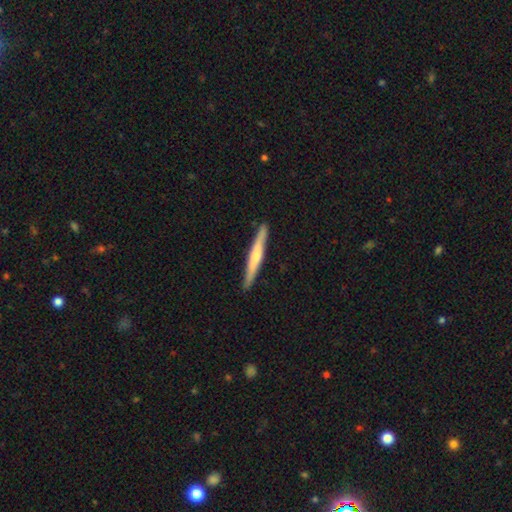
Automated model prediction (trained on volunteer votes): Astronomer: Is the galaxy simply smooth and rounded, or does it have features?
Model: featured or disk — 50% (runner-up: smooth, 45%).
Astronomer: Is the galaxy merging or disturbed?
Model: none — 90%.